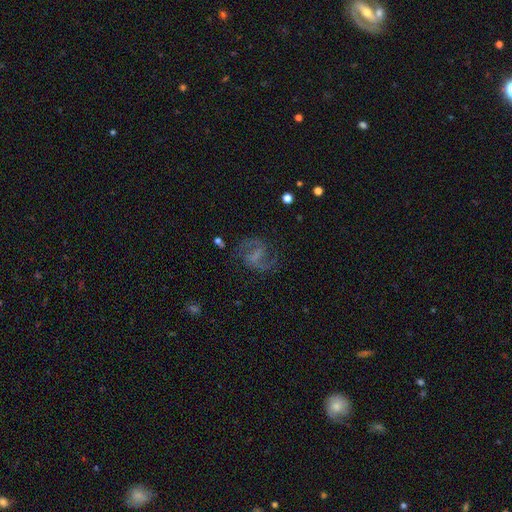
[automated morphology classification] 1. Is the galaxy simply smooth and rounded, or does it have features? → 82% featured or disk, 10% smooth, 9% star or artifact.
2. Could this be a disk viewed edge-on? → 98% no, 2% yes.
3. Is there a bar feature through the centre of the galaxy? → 48% weak, 31% strong, 21% no.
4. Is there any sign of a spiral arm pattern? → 95% yes, 5% no.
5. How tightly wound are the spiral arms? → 53% medium, 35% loose, 12% tight.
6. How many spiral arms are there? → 91% 2, 3% can't tell, 2% 1, 1% 3, 1% 4, 1% more than 4.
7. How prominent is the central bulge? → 51% none, 32% small, 13% moderate, 3% large, 1% dominant.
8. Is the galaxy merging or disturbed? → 73% none, 15% minor disturbance, 10% major disturbance, 2% merger.